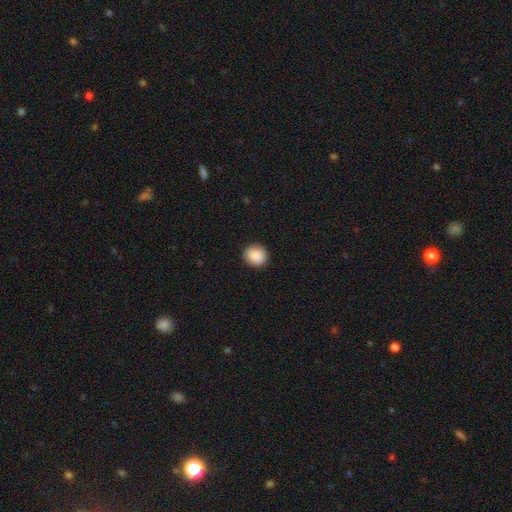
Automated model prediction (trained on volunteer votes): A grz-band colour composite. It shows a smooth galaxy with no disk features (89%) that is round (84%). Merging: none (89%).